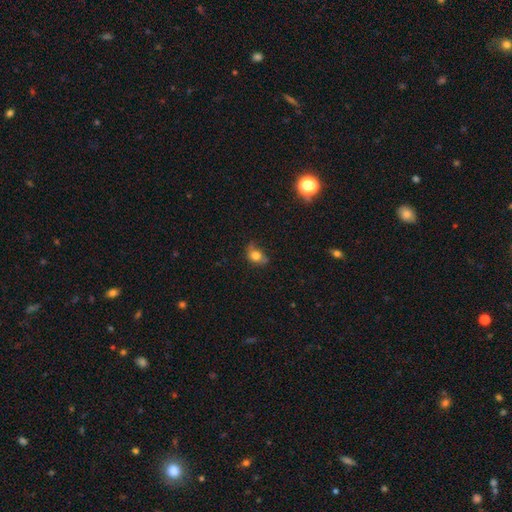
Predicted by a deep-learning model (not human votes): Smooth or featured? Predicted: smooth (p=0.73). How rounded? Predicted: in between (p=0.57). Merging? Predicted: none (p=0.50).